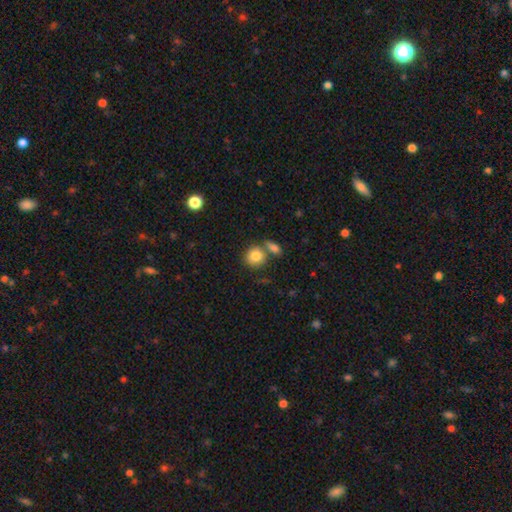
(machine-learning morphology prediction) Overall: smooth (84%). How rounded: round (80%). Merging: none (61%; merger 26%).